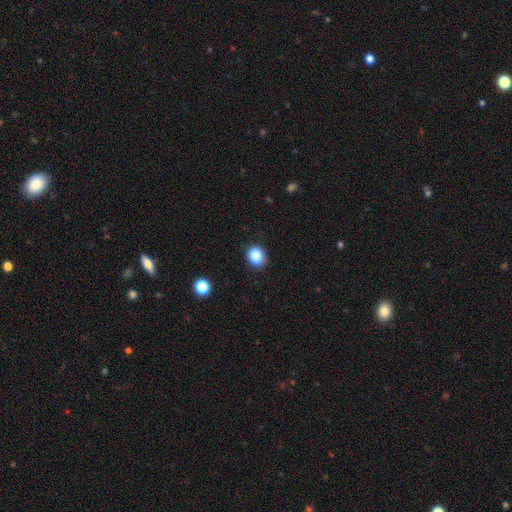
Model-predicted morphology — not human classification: This is clearly a smooth galaxy (87%). How rounded: possibly round (59%). Merging: clearly none (87%).